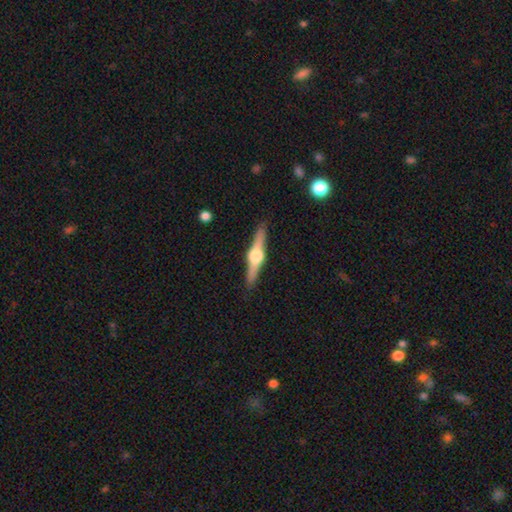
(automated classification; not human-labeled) Smooth or featured? Predicted: featured or disk (p=0.79). Edge-on disk? Predicted: yes (p=0.98). Edge-on bulge? Predicted: rounded (p=0.94). Merging? Predicted: none (p=0.90).